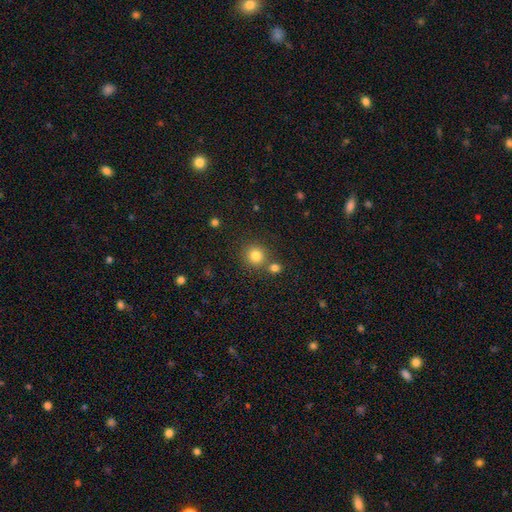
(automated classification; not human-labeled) This appears to be a smooth galaxy with no disk features (81%) that is round (92%). Merging: none (73%).